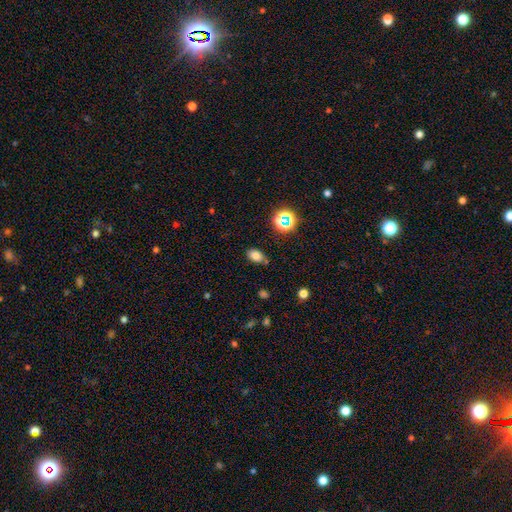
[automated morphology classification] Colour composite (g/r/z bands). It shows a smooth galaxy with no disk features (75%) that is in between round and cigar-shaped (86%). Merging: none (76%).